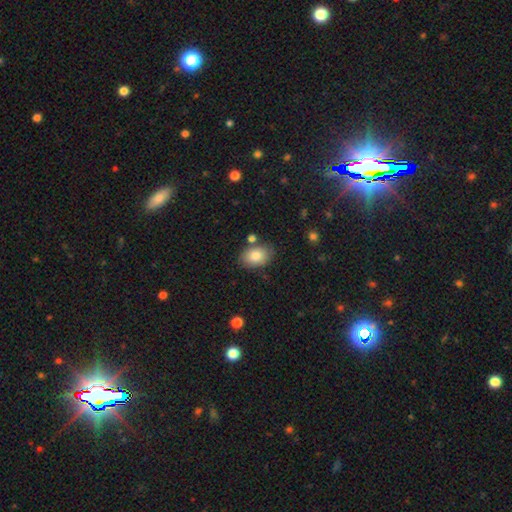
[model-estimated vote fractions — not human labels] smooth-or-featured: smooth: 83% | featured or disk: 9% | star or artifact: 8%
  how-rounded: in between: 83% | round: 16% | cigar-shaped: 1%
  merging: none: 77% | minor disturbance: 14% | merger: 6% | major disturbance: 3%